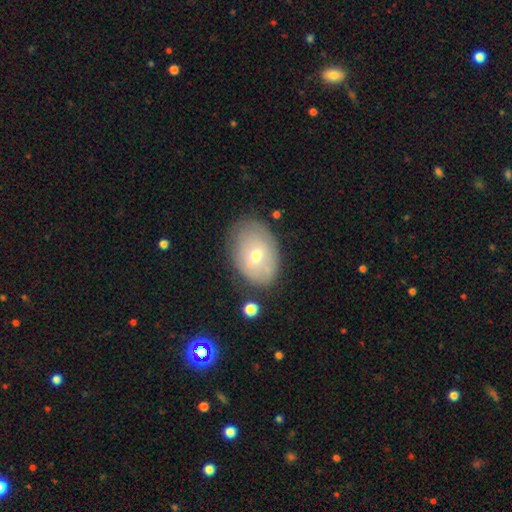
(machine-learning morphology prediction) Overall: smooth (58%; featured or disk 33%). How rounded: in between (81%). Merging: none (74%).